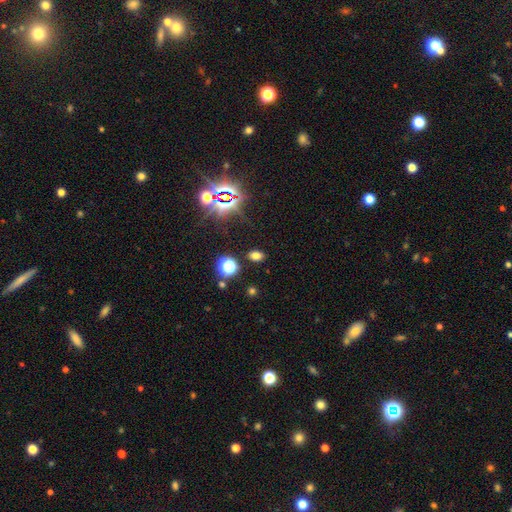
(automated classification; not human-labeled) Smooth or featured: smooth — 66% (star or artifact — 27%)
How rounded: in between — 76% (round — 22%)
Merging: none — 86% (minor disturbance — 8%)